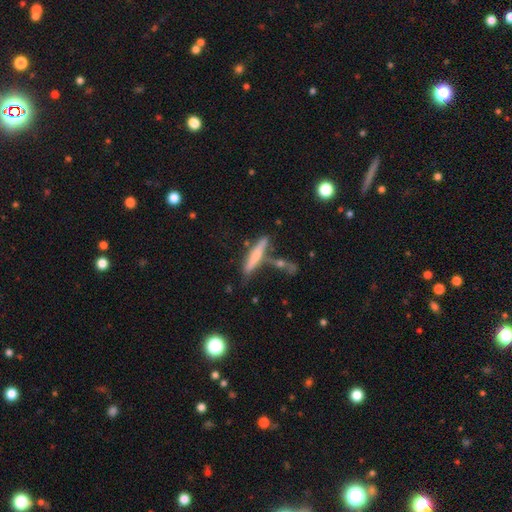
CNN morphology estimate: Smooth or featured? Predicted: smooth (p=0.52). How rounded? Predicted: cigar-shaped (p=0.89). Merging? Predicted: none (p=0.62).